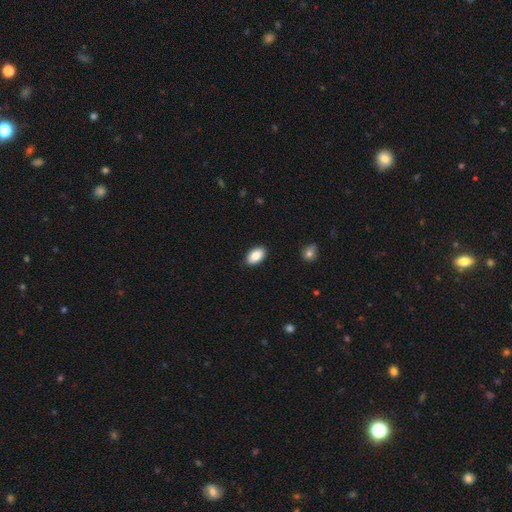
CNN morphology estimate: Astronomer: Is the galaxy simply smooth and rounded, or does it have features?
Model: smooth — 88%.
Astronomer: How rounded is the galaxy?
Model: in between — 94%.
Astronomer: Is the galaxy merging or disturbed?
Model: none — 89%.